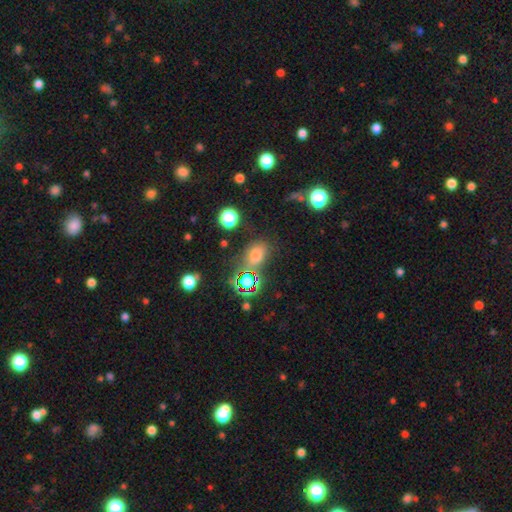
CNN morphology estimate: Overall: smooth (59%; star or artifact 33%). How rounded: in between (62%; round 36%). Merging: none (72%).